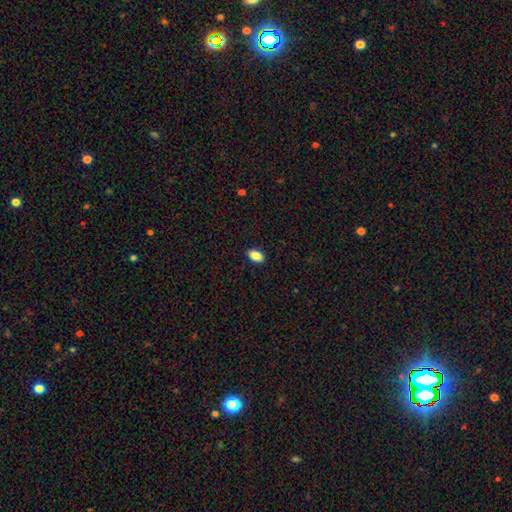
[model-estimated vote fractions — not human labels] The model was most divided on "smooth or featured": smooth: 86%, star or artifact: 8%, featured or disk: 6%. More confident: how rounded — in between (90%); merging — none (89%).